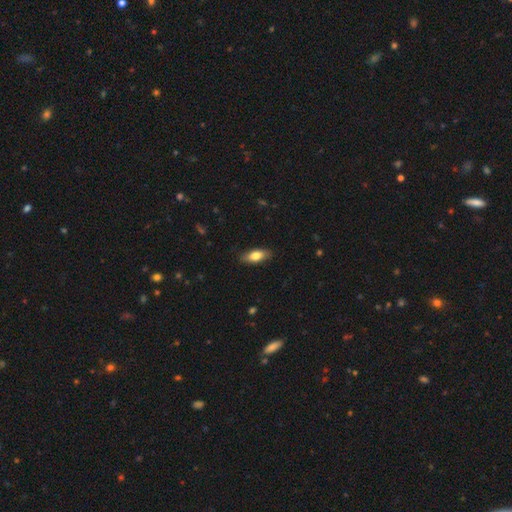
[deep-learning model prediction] Q: Smooth or featured?
A: smooth (76%); runner-up: featured or disk (18%)
Q: How rounded?
A: in between (80%); runner-up: cigar-shaped (18%)
Q: Merging?
A: none (86%); runner-up: minor disturbance (11%)